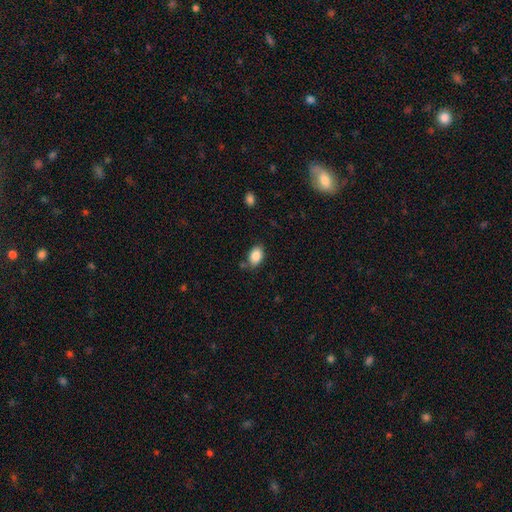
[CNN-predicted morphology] A smooth galaxy with no disk features (87%) that is in between round and cigar-shaped (84%). Merging: none (74%).